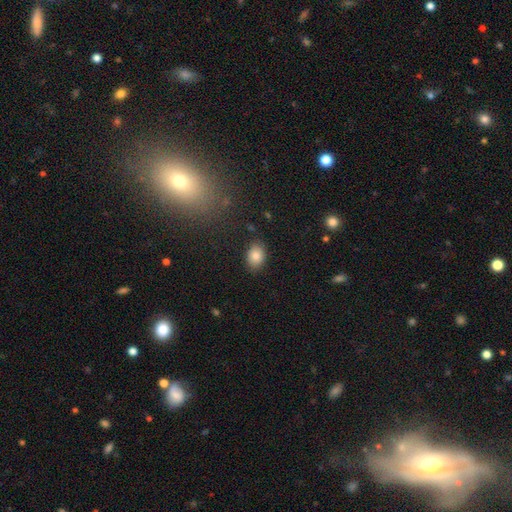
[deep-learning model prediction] Overall: smooth (82%). How rounded: in between (73%). Merging: none (85%).